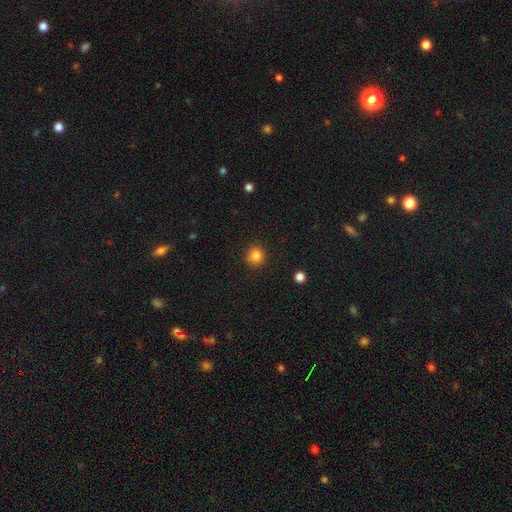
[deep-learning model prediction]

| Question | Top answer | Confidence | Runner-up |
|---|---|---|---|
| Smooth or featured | smooth | 83% | star or artifact (12%) |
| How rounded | round | 86% | in between (13%) |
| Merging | none | 84% | minor disturbance (11%) |